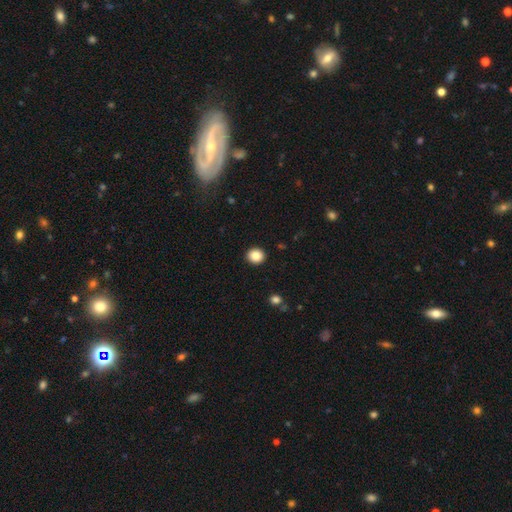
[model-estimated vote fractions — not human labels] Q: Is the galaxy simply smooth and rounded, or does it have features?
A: smooth — 86%.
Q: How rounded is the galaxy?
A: round — 86%.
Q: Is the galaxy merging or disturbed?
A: none — 93%.